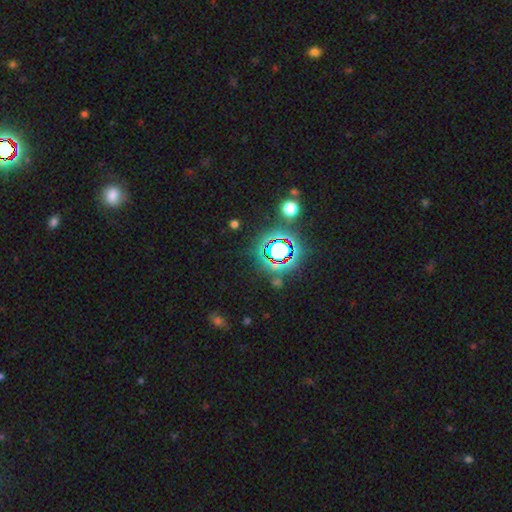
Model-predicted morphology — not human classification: Smooth or featured? Predicted: star or artifact (p=0.79).